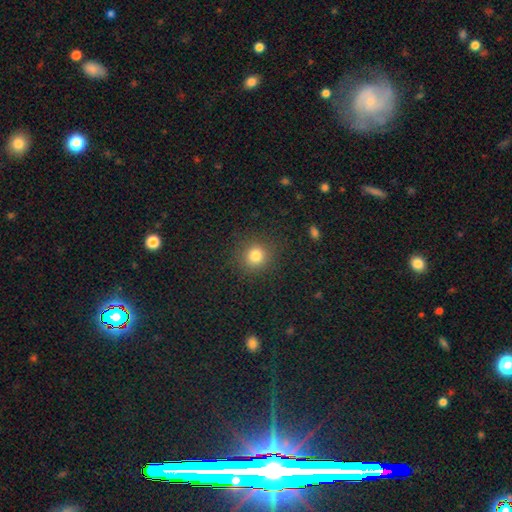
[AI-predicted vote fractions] Q: Smooth or featured?
A: smooth (81%); runner-up: star or artifact (13%)
Q: How rounded?
A: round (90%); runner-up: in between (10%)
Q: Merging?
A: none (88%); runner-up: minor disturbance (7%)